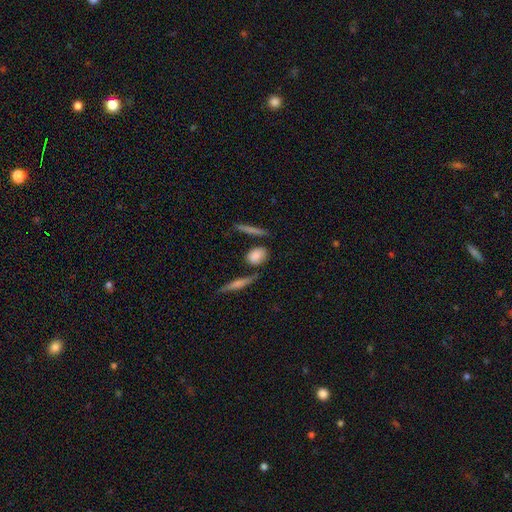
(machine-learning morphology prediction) This appears to be a smooth galaxy with no disk features (79%) that is in between round and cigar-shaped (57%). Merging: none (72%).